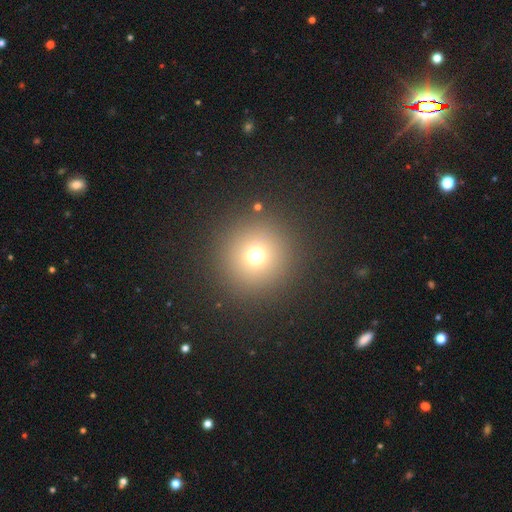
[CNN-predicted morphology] Overall: smooth (70%). How rounded: round (95%). Merging: none (90%).